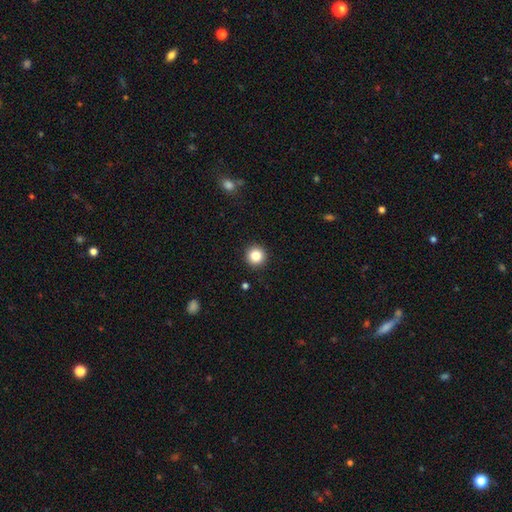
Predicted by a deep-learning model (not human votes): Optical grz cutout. It shows a smooth galaxy with no disk features (85%) that is round (96%). Merging: none (92%).